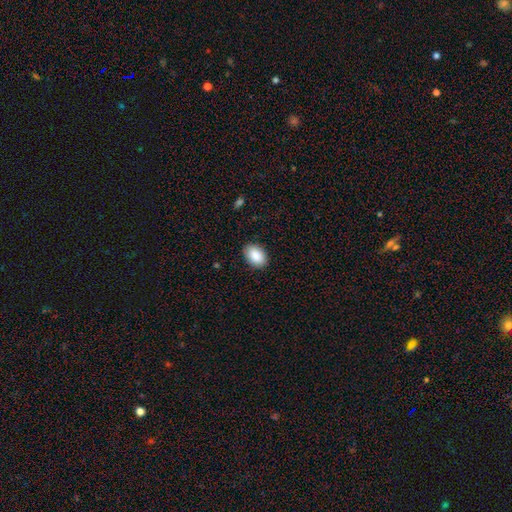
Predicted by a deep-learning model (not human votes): Smooth or featured: smooth — 89% (star or artifact — 7%)
How rounded: in between — 88% (round — 11%)
Merging: none — 89% (minor disturbance — 8%)